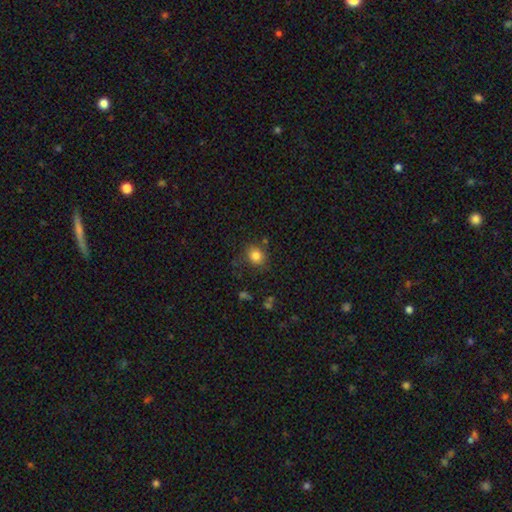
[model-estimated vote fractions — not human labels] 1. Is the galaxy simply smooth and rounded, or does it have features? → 82% smooth, 12% star or artifact, 6% featured or disk.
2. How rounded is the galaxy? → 70% round, 29% in between, 1% cigar-shaped.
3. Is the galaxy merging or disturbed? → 79% none, 13% minor disturbance, 4% major disturbance, 4% merger.